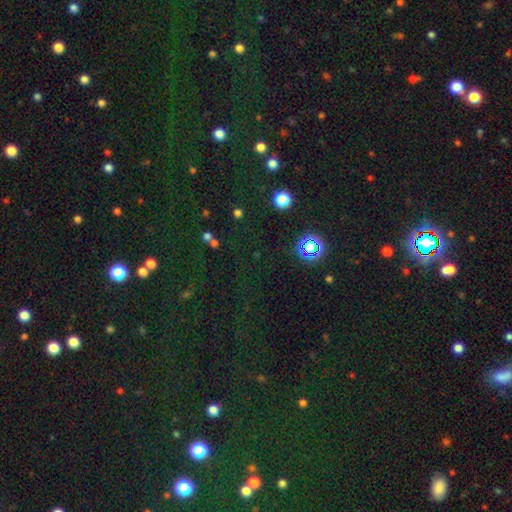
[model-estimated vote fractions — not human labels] smooth-or-featured: star or artifact: 74% | smooth: 18% | featured or disk: 7%